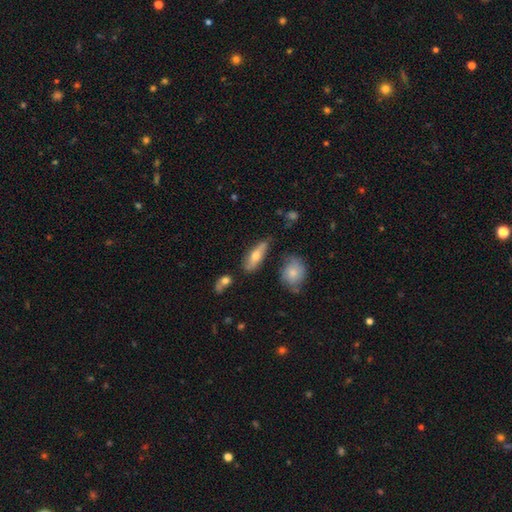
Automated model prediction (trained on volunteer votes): smooth 59%, featured or disk 33%, star or artifact 8%. Down the decision tree: how rounded — in between (55%); merging — none (70%).